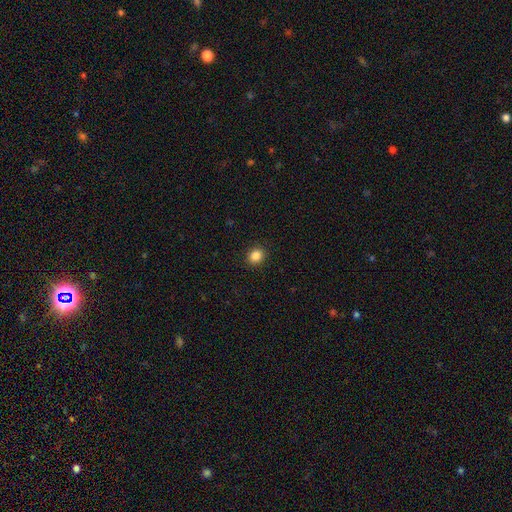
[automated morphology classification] smooth-or-featured: smooth: 86% | star or artifact: 10% | featured or disk: 4%
  how-rounded: round: 72% | in between: 27% | cigar-shaped: 1%
  merging: none: 91% | minor disturbance: 6% | major disturbance: 2% | merger: 1%